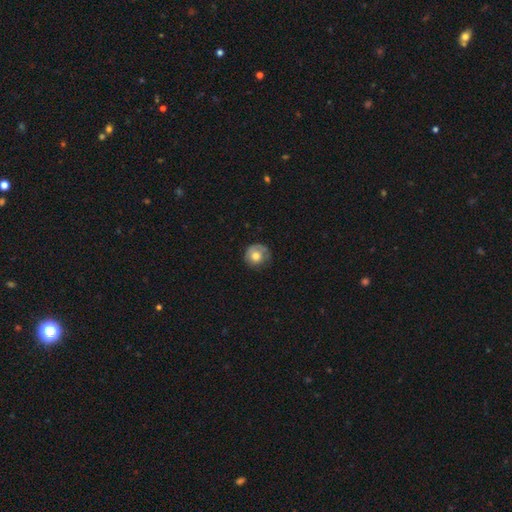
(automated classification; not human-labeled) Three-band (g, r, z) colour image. It shows a smooth galaxy with no disk features (68%) that is round (89%). Merging: none (62%).